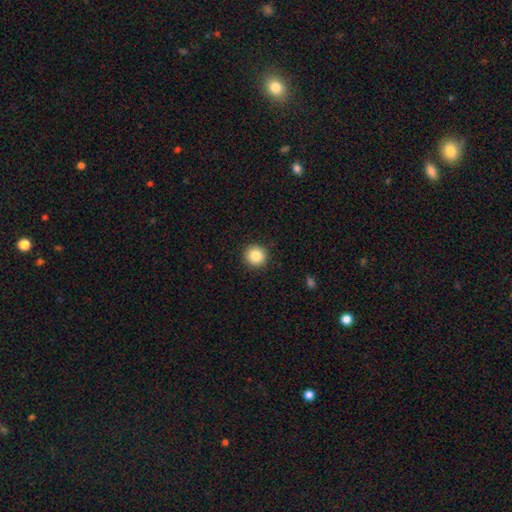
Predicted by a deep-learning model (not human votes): Morphology: type=smooth (85%); roundness=round (94%); merging=none (92%).